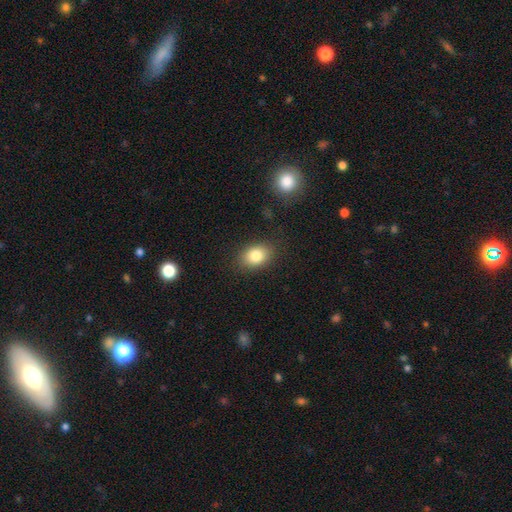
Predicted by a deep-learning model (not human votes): smooth_or_featured: smooth (p=0.82) [alt: star or artifact p=0.09]
how_rounded: in between (p=0.70) [alt: round p=0.29]
merging: none (p=0.85) [alt: minor disturbance p=0.10]